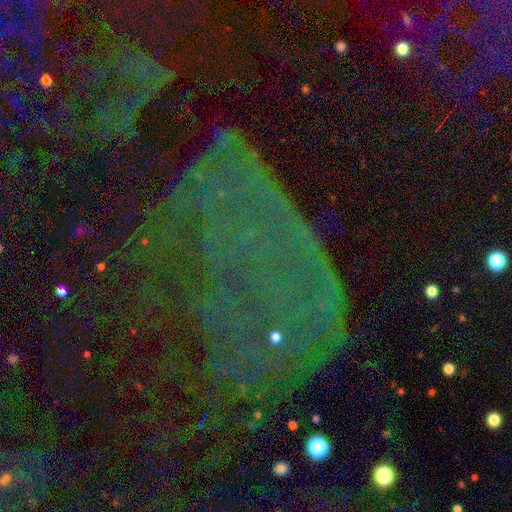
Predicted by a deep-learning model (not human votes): A star or artifact, not a galaxy (74%).